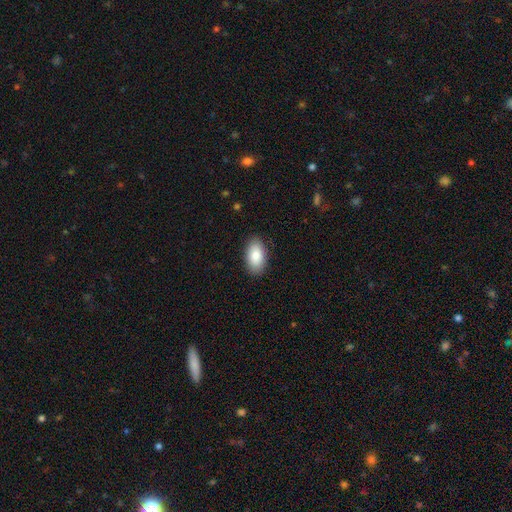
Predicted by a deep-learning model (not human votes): This is clearly a smooth galaxy (86%). How rounded: clearly in between (95%). Merging: clearly none (88%).